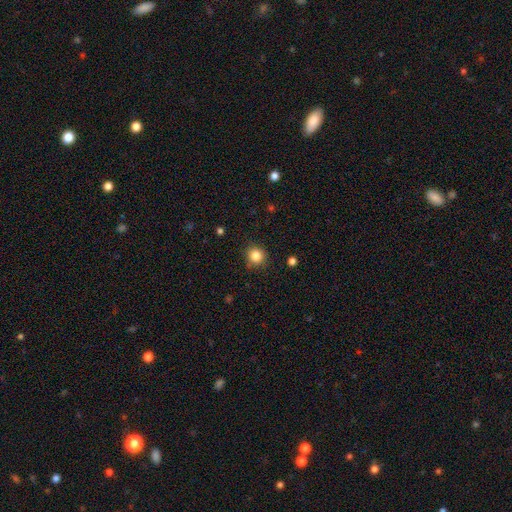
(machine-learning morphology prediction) This appears to be a smooth galaxy with no disk features (84%) that is round (91%). Merging: none (88%).